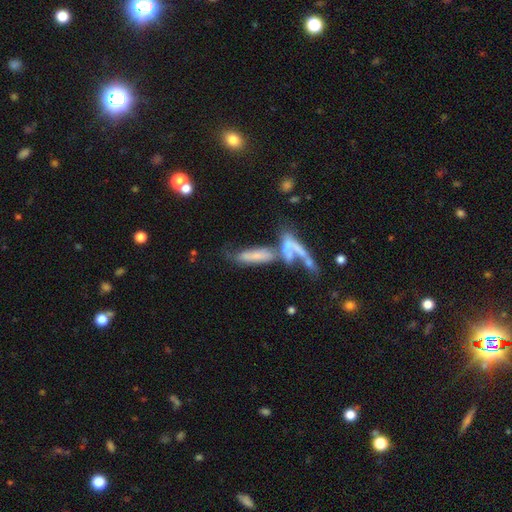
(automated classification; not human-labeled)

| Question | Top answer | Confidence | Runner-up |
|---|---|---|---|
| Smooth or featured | smooth | 55% | featured or disk (36%) |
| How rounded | cigar-shaped | 61% | in between (37%) |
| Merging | merger | 57% | none (19%) |